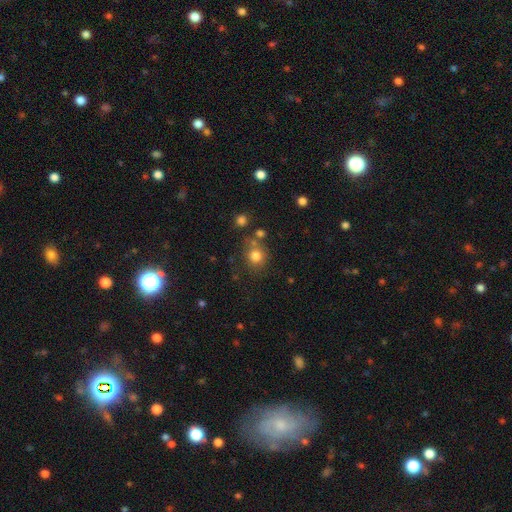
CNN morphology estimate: Q: Smooth or featured?
A: smooth (79%); runner-up: star or artifact (13%)
Q: How rounded?
A: round (84%); runner-up: in between (15%)
Q: Merging?
A: none (70%); runner-up: minor disturbance (13%)